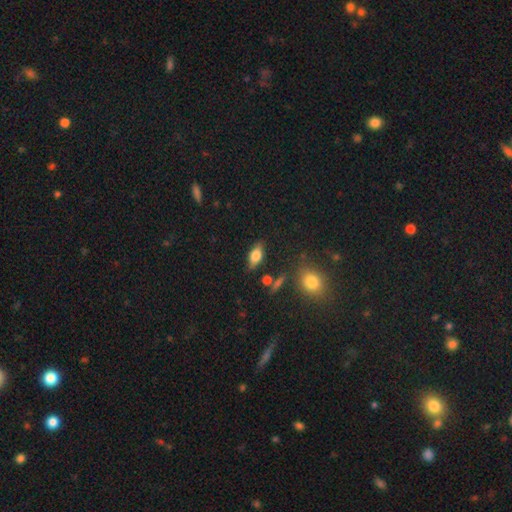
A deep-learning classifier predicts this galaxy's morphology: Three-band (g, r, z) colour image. It shows a smooth galaxy with no disk features (65%) that is in between round and cigar-shaped (80%). Merging: none (81%).